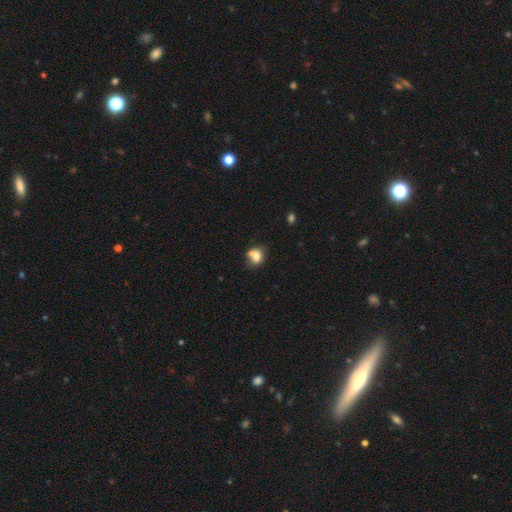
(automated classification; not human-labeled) Morphology: type=smooth (75%); roundness=round (69%); merging=none (45%).